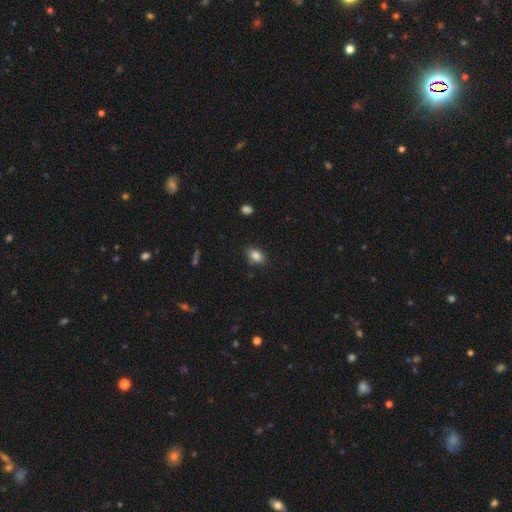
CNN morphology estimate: smooth-or-featured: smooth: 85% | star or artifact: 9% | featured or disk: 6%
  how-rounded: in between: 82% | round: 17% | cigar-shaped: 2%
  merging: none: 85% | minor disturbance: 11% | major disturbance: 2% | merger: 1%